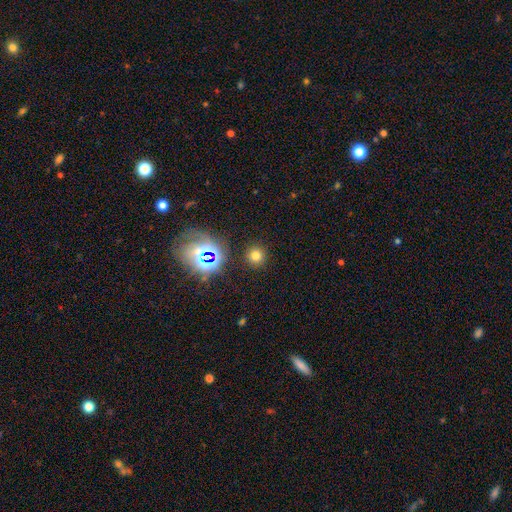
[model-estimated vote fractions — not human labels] This is likely a smooth galaxy (71%). How rounded: clearly round (93%). Merging: clearly none (90%).